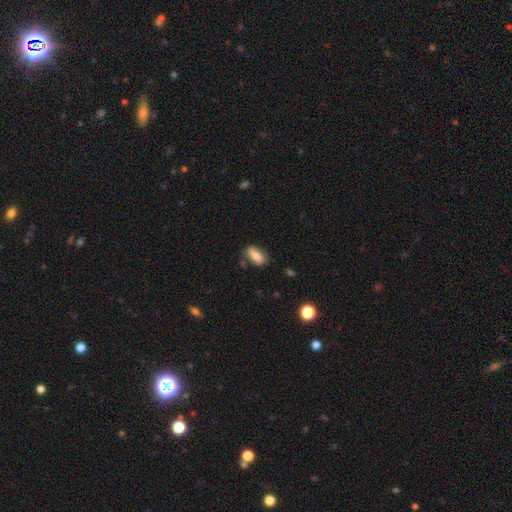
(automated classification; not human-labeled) This is likely a smooth galaxy (71%). How rounded: clearly in between (85%). Merging: likely none (70%).